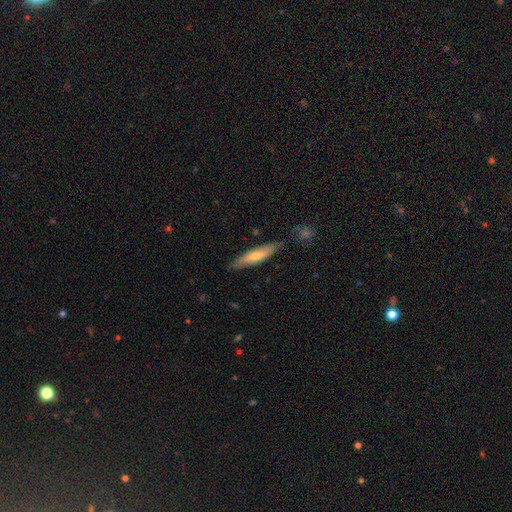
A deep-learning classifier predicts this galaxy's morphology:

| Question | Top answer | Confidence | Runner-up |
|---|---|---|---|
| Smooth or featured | smooth | 53% | featured or disk (41%) |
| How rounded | cigar-shaped | 83% | in between (16%) |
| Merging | none | 80% | minor disturbance (15%) |